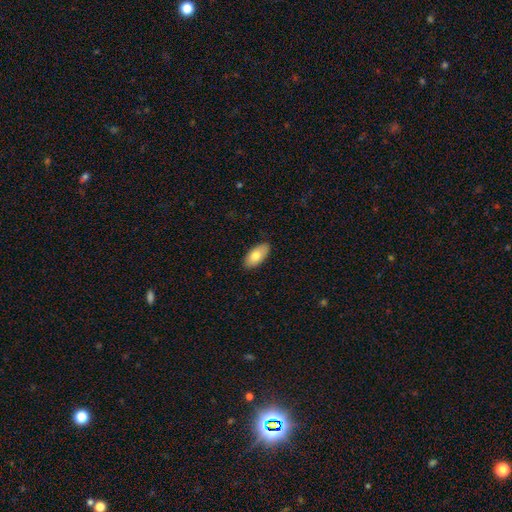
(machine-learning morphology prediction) Smooth or featured?
  - smooth: 75% *
  - featured or disk: 19%
  - star or artifact: 6%
How rounded?
  - in between: 94% *
  - cigar-shaped: 4%
  - round: 3%
Merging?
  - none: 87% *
  - minor disturbance: 10%
  - major disturbance: 2%
  - merger: 1%